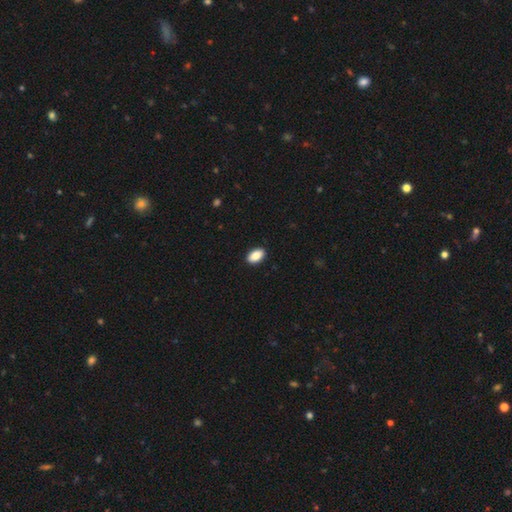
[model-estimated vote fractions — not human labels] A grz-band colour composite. It shows a smooth galaxy with no disk features (88%) that is in between round and cigar-shaped (93%). Merging: none (91%).